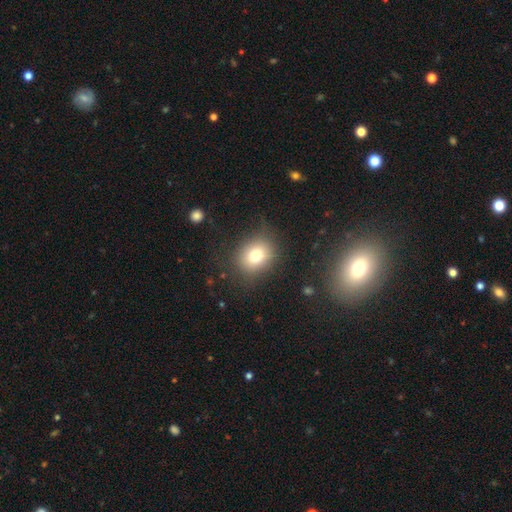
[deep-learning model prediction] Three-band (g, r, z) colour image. It shows a smooth galaxy with no disk features (75%) that is round (61%). Merging: none (79%).